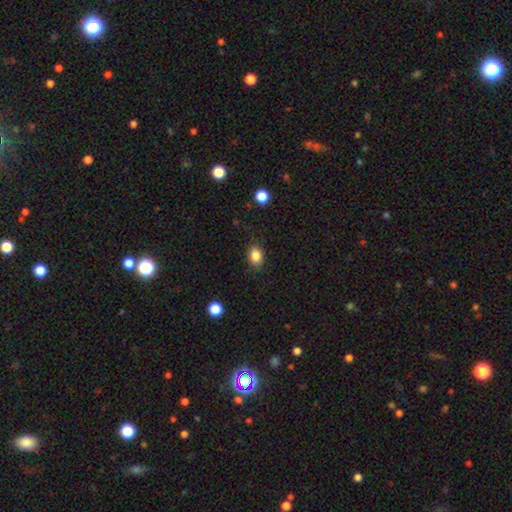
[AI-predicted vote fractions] smooth 85%, star or artifact 10%, featured or disk 5%. Down the decision tree: how rounded — in between (67%); merging — none (83%).